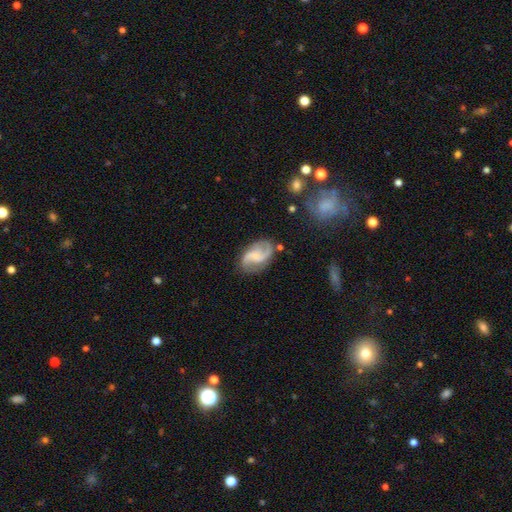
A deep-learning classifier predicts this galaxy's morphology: Q: Smooth or featured?
A: featured or disk (82%); runner-up: smooth (13%)
Q: Edge-on disk?
A: no (98%); runner-up: yes (2%)
Q: Bar?
A: weak (46%); runner-up: no (43%)
Q: Spiral arms?
A: yes (96%); runner-up: no (4%)
Q: Spiral winding?
A: loose (50%); runner-up: medium (40%)
Q: Spiral arm count?
A: 2 (87%); runner-up: 3 (4%)
Q: Bulge size?
A: small (41%); runner-up: none (34%)
Q: Merging?
A: none (74%); runner-up: minor disturbance (17%)